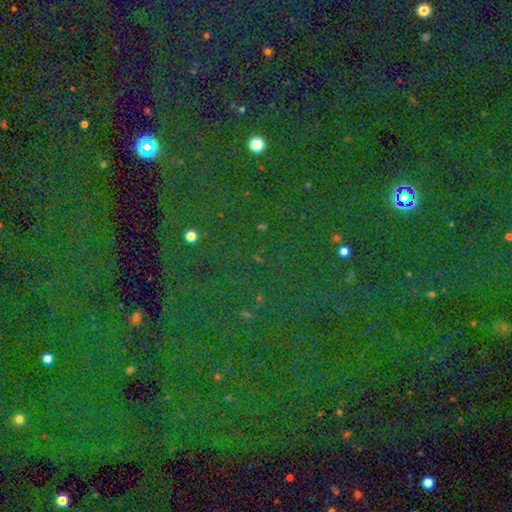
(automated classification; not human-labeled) smooth_or_featured: star or artifact (p=0.83) [alt: smooth p=0.10]